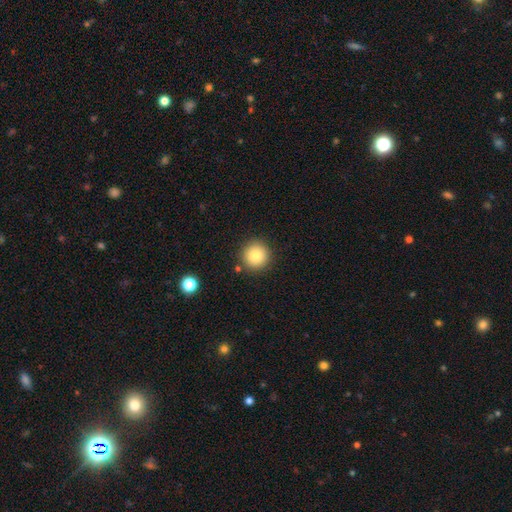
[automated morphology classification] A smooth galaxy with no disk features (84%) that is round (95%).

Vote fractions:
- Smooth or featured? smooth: 84% / star or artifact: 10% / featured or disk: 6%
- How rounded? round: 95% / in between: 4% / cigar-shaped: 1%
- Merging? none: 89% / minor disturbance: 7% / merger: 2% / major disturbance: 2%